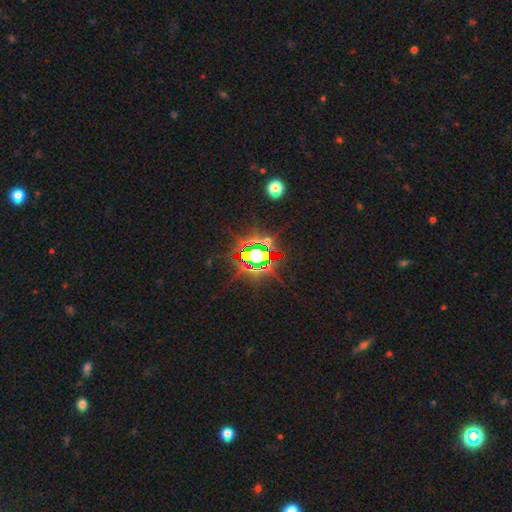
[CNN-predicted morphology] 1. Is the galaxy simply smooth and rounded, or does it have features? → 78% star or artifact, 11% featured or disk, 11% smooth.